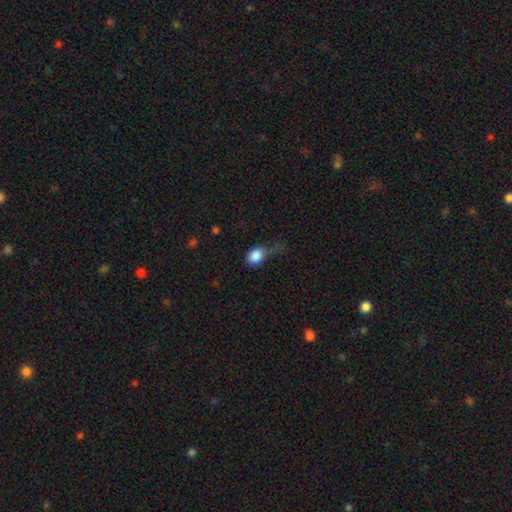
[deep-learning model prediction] smooth_or_featured: smooth (p=0.85) [alt: star or artifact p=0.09]
how_rounded: in between (p=0.70) [alt: round p=0.28]
merging: minor disturbance (p=0.33) [alt: major disturbance p=0.32]